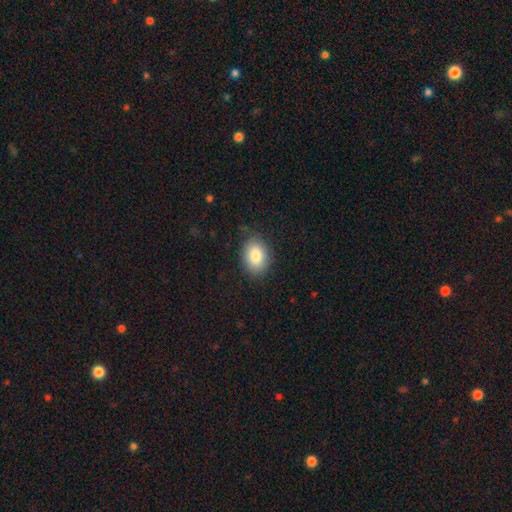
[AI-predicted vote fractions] A smooth galaxy with no disk features (83%) that is in between round and cigar-shaped (70%). Merging: none (81%).